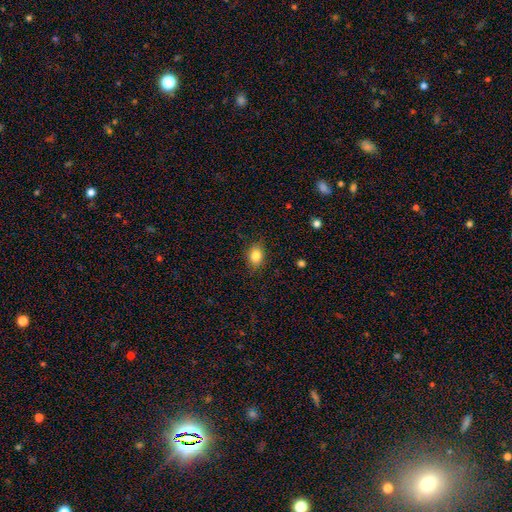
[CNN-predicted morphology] Smooth or featured: smooth — 84% (star or artifact — 9%)
How rounded: in between — 66% (round — 33%)
Merging: none — 84% (minor disturbance — 12%)